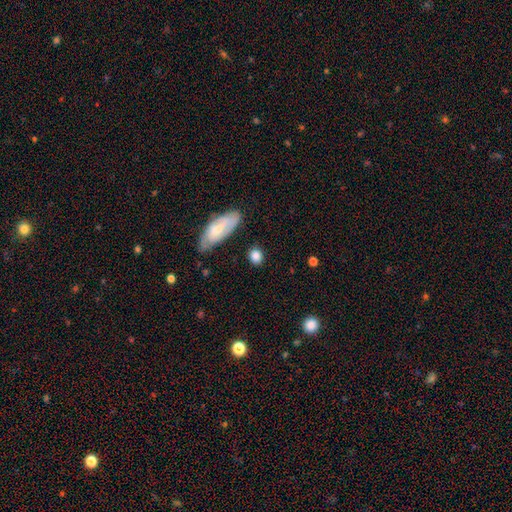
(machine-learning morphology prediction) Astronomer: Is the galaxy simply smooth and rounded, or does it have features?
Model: smooth — 82%.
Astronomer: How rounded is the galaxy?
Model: round — 49% (runner-up: in between, 44%).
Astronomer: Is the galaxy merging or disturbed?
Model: none — 77%.